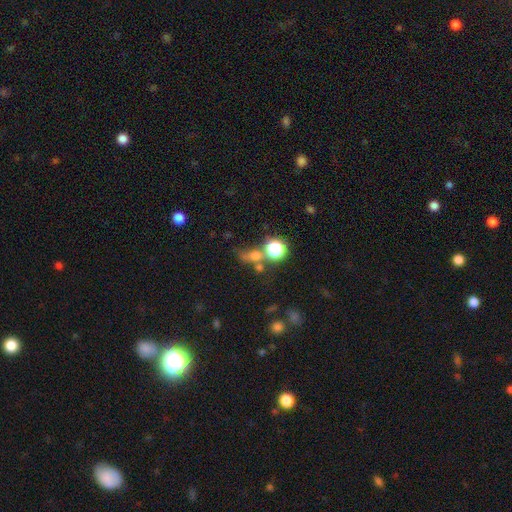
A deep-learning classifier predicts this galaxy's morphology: smooth-or-featured: smooth: 57% | star or artifact: 30% | featured or disk: 13%
  how-rounded: round: 64% | in between: 32% | cigar-shaped: 5%
  merging: none: 47% | merger: 27% | minor disturbance: 14% | major disturbance: 11%